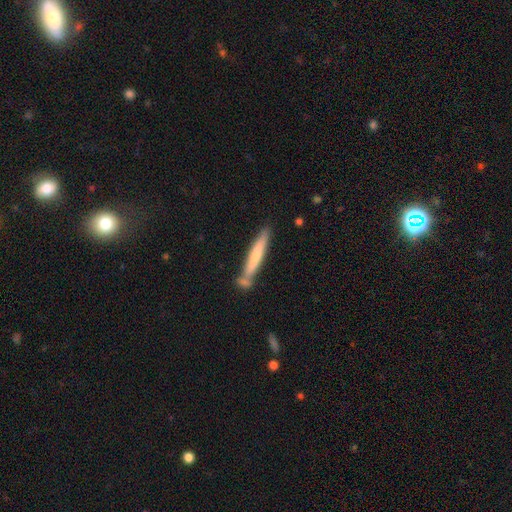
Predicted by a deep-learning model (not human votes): This appears to be a smooth galaxy with no disk features (60%) that is cigar-shaped (94%). Merging: none (65%).